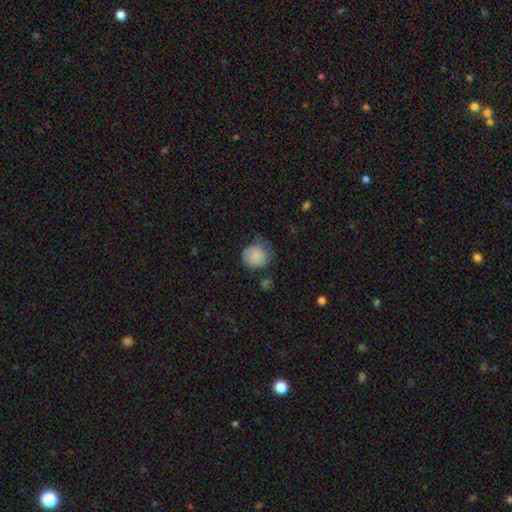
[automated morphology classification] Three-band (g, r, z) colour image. It shows a smooth galaxy with no disk features (83%) that is round (86%). Merging: none (52%).